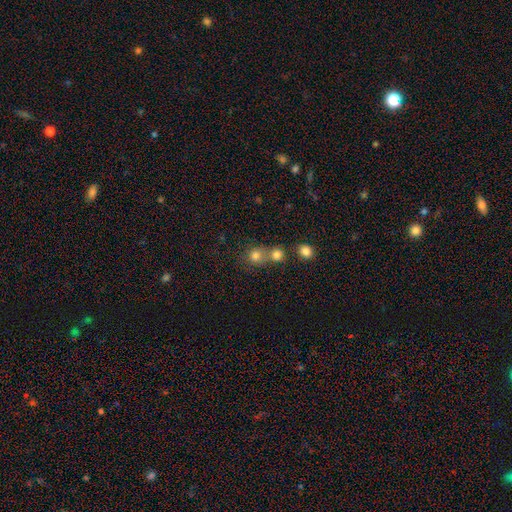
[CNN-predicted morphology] Overall: smooth (77%). How rounded: round (86%). Merging: none (49%; merger 41%).